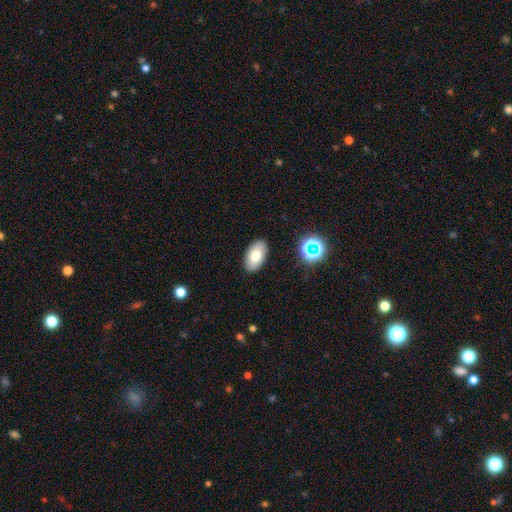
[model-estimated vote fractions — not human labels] Smooth or featured? smooth (75%)
How rounded? in between (94%)
Merging? none (88%)